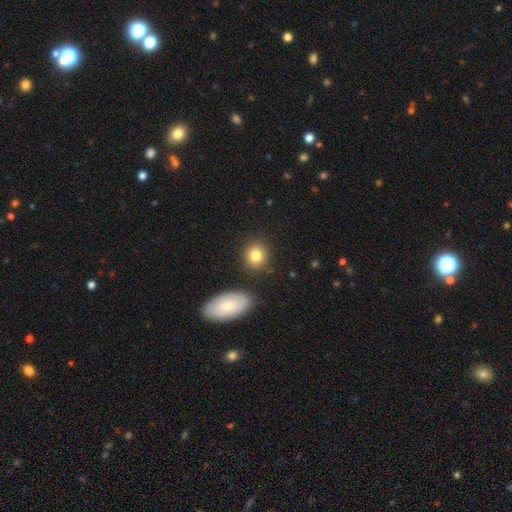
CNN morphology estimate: Smooth or featured? smooth (82%)
How rounded? round (83%)
Merging? none (83%)